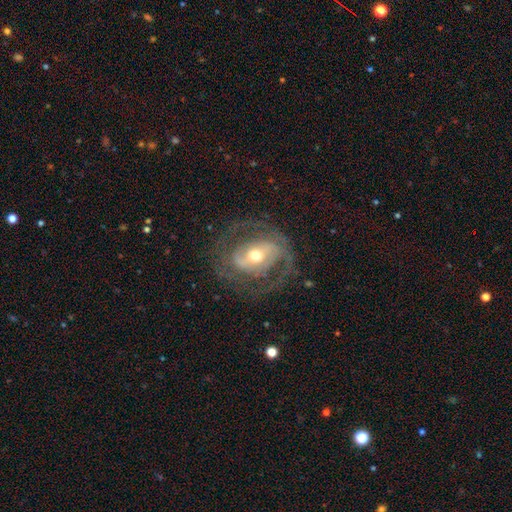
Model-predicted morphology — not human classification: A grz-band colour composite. It shows a featured or disk galaxy (79%) with a strong bar (37%), 2 (73%) medium (45%) spiral arms (73%) and a moderate central bulge (65%). Merging: none (70%).